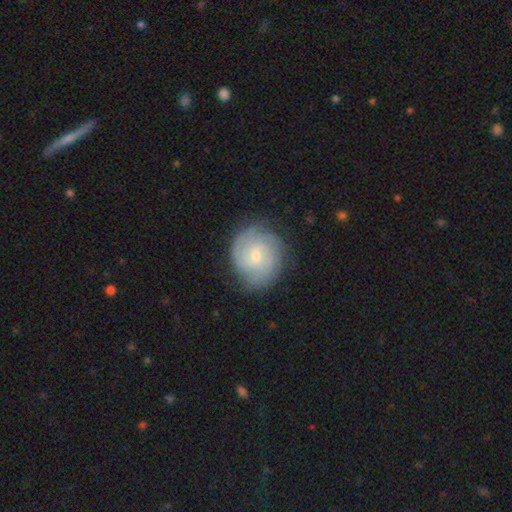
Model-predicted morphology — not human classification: A featured or disk galaxy (81%) with no bar (57%), 2 (27%) tight (74%) spiral arms (96%) and a small central bulge (59%).

Vote fractions:
- Smooth or featured? featured or disk: 81% / smooth: 13% / star or artifact: 6%
- Edge-on disk? no: 98% / yes: 2%
- Bar? no: 57% / weak: 38% / strong: 6%
- Spiral arms? yes: 96% / no: 4%
- Spiral winding? tight: 74% / medium: 22% / loose: 4%
- Spiral arm count? 2: 27% / 3: 26% / can't tell: 25% / 4: 11% / more than 4: 5% / 1: 5%
- Bulge size? small: 59% / moderate: 38% / large: 1% / none: 1% / dominant: 1%
- Merging? none: 79% / minor disturbance: 15% / major disturbance: 4% / merger: 1%